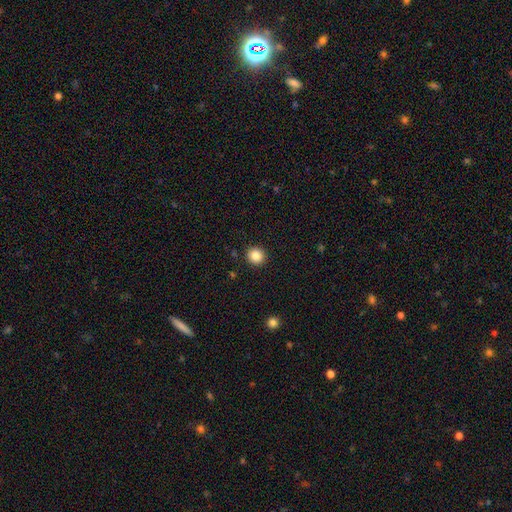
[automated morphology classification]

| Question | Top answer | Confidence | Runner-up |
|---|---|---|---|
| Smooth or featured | smooth | 86% | star or artifact (10%) |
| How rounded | round | 90% | in between (9%) |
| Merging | none | 92% | minor disturbance (5%) |